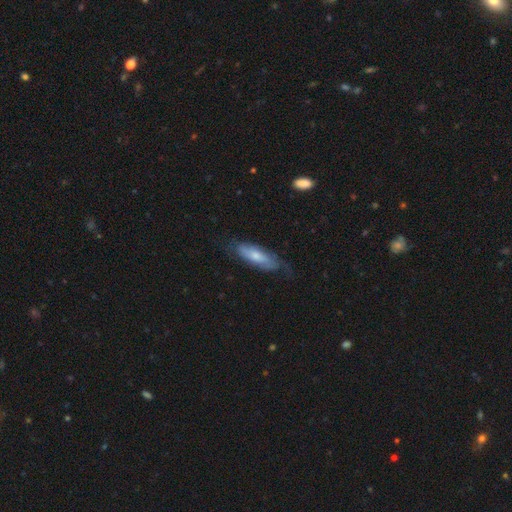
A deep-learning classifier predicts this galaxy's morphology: smooth-or-featured: smooth: 53% | featured or disk: 42% | star or artifact: 6%
  how-rounded: in between: 56% | cigar-shaped: 42% | round: 2%
  merging: none: 60% | minor disturbance: 27% | major disturbance: 12% | merger: 2%